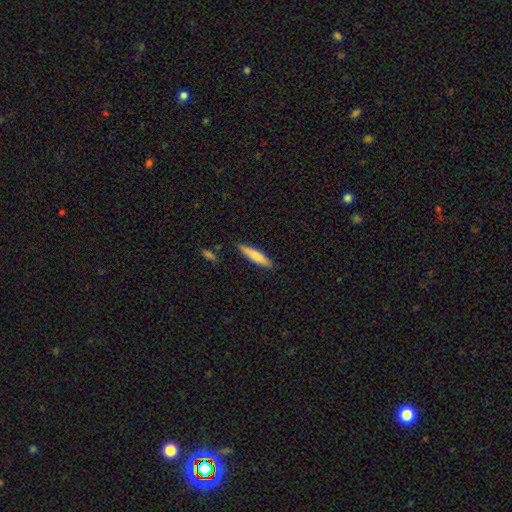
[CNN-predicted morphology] A smooth galaxy with no disk features (73%) that is cigar-shaped (87%). Merging: none (87%).